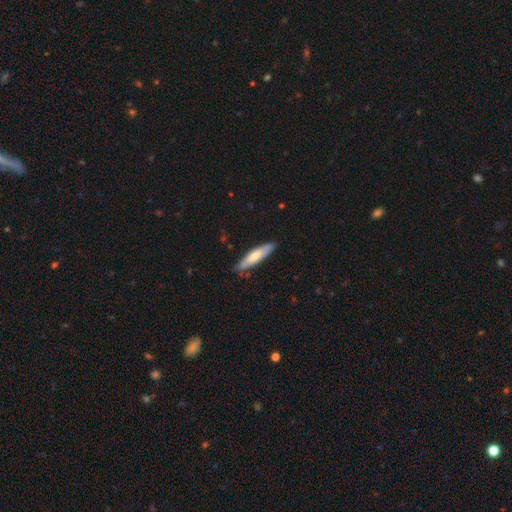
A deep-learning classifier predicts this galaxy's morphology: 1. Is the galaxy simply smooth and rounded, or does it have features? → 64% smooth, 30% featured or disk, 5% star or artifact.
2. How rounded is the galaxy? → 78% cigar-shaped, 20% in between, 1% round.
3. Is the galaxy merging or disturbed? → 82% none, 14% minor disturbance, 2% major disturbance, 2% merger.